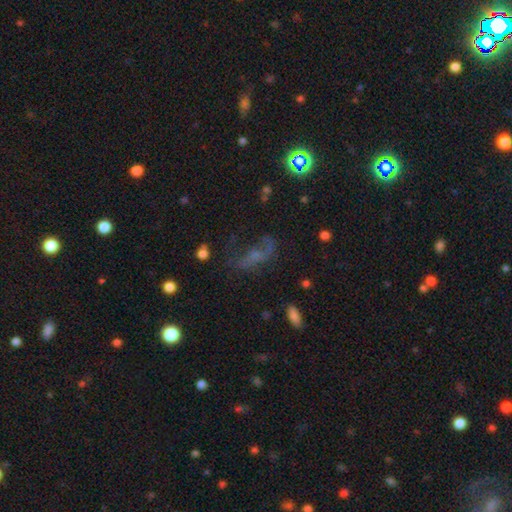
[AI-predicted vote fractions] Smooth or featured? featured or disk (41%)
Merging? none (41%)